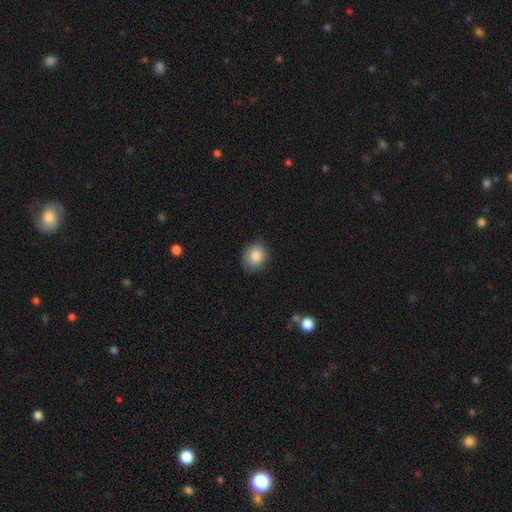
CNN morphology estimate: smooth-or-featured: smooth: 85% | star or artifact: 8% | featured or disk: 6%
  how-rounded: round: 71% | in between: 28% | cigar-shaped: 1%
  merging: none: 81% | minor disturbance: 15% | major disturbance: 3% | merger: 1%